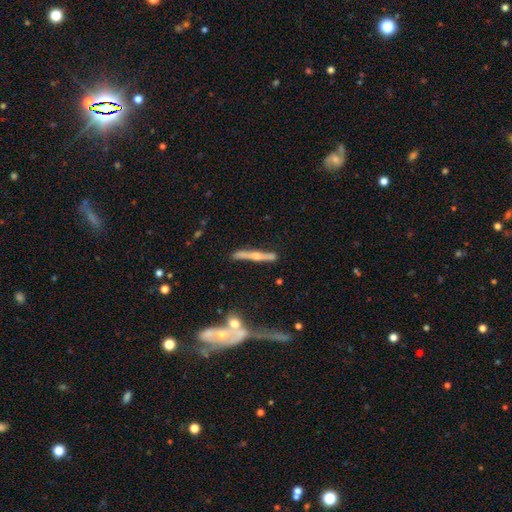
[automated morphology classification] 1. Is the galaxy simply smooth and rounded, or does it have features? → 68% featured or disk, 26% smooth, 7% star or artifact.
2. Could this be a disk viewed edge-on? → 93% yes, 7% no.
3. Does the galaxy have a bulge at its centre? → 79% rounded, 14% none, 7% boxy.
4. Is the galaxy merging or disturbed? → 77% none, 13% minor disturbance, 6% merger, 4% major disturbance.